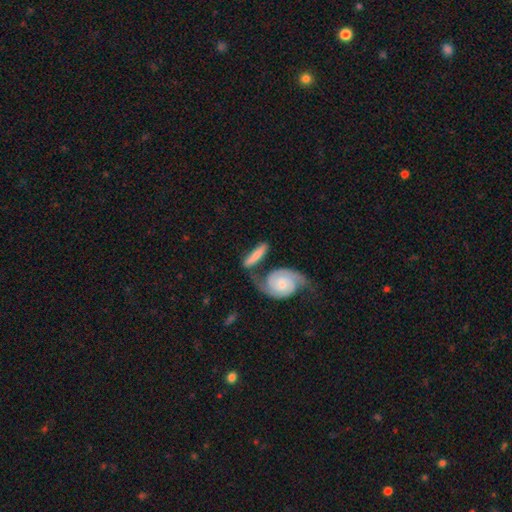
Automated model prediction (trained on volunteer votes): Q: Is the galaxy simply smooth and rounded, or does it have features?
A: smooth — 51%.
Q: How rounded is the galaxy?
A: cigar-shaped — 64%.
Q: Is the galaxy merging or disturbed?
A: none — 44%.